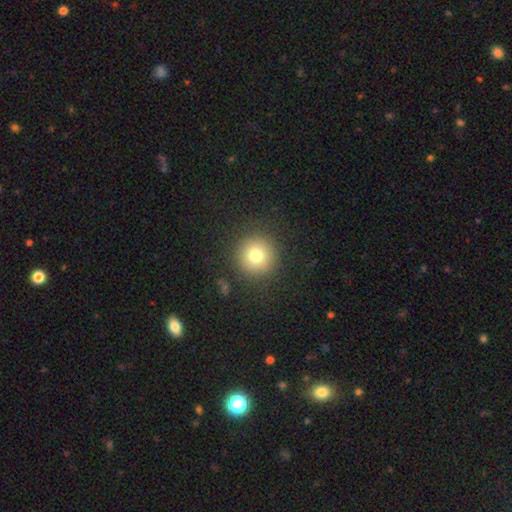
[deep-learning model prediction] The model was most divided on "smooth or featured": smooth: 77%, star or artifact: 13%, featured or disk: 10%. More confident: how rounded — round (95%); merging — none (89%).